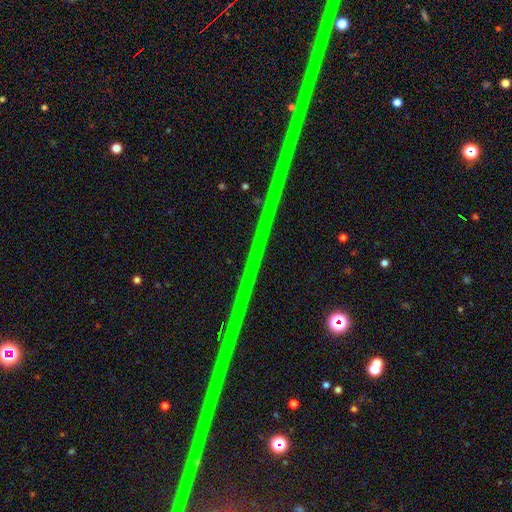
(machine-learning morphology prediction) Q: Smooth or featured?
A: star or artifact (89%); runner-up: featured or disk (7%)